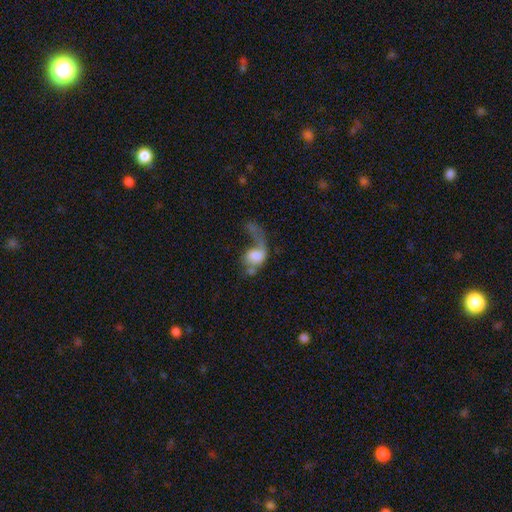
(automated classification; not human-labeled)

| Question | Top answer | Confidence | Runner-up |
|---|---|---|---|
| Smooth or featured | featured or disk | 47% | smooth (44%) |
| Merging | major disturbance | 57% | none (16%) |